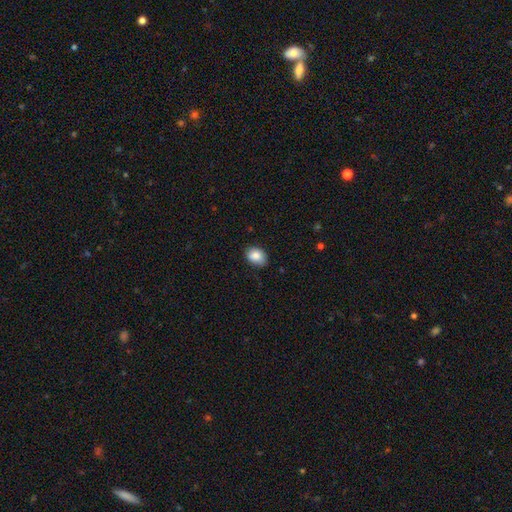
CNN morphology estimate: Smooth or featured: smooth — 86% (star or artifact — 8%)
How rounded: in between — 74% (round — 25%)
Merging: none — 81% (minor disturbance — 15%)